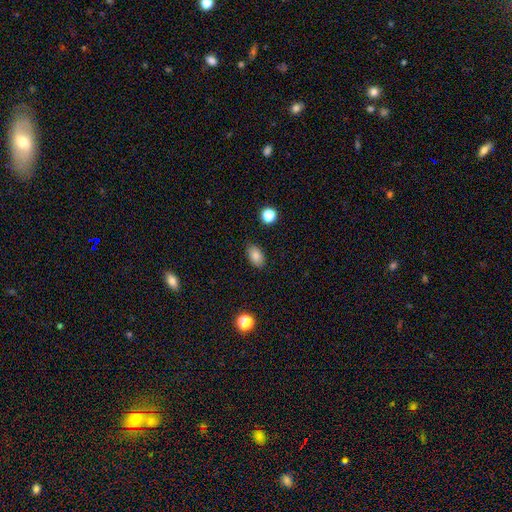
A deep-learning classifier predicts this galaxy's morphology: Overall: smooth (84%). How rounded: in between (89%). Merging: none (87%).